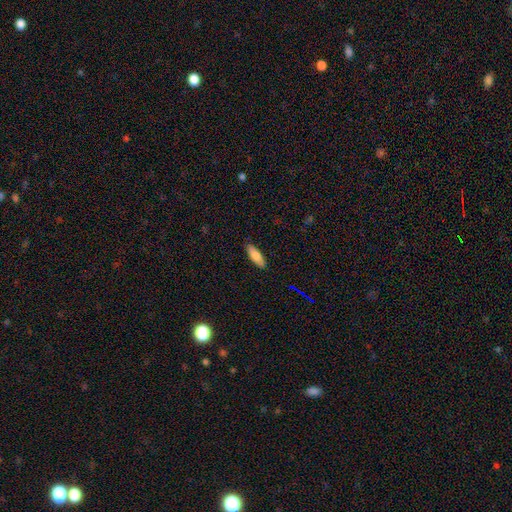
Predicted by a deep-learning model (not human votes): smooth_or_featured: smooth (p=0.79) [alt: featured or disk p=0.14]
how_rounded: in between (p=0.59) [alt: cigar-shaped p=0.39]
merging: none (p=0.88) [alt: minor disturbance p=0.09]